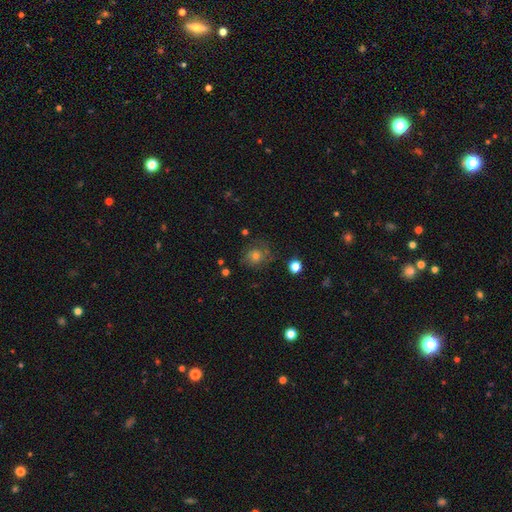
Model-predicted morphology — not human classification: type=smooth (48%); merging=none (66%).